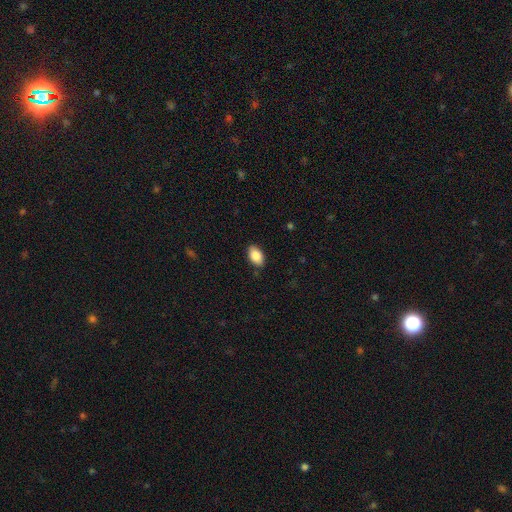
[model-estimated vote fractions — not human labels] smooth-or-featured: smooth: 87% | star or artifact: 7% | featured or disk: 6%
  how-rounded: in between: 92% | round: 6% | cigar-shaped: 2%
  merging: none: 84% | minor disturbance: 12% | major disturbance: 2% | merger: 1%